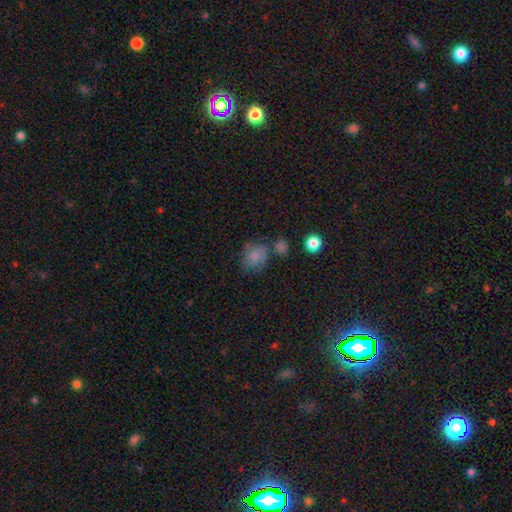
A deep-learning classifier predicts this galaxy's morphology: type=smooth (79%); roundness=round (55%); merging=none (55%).